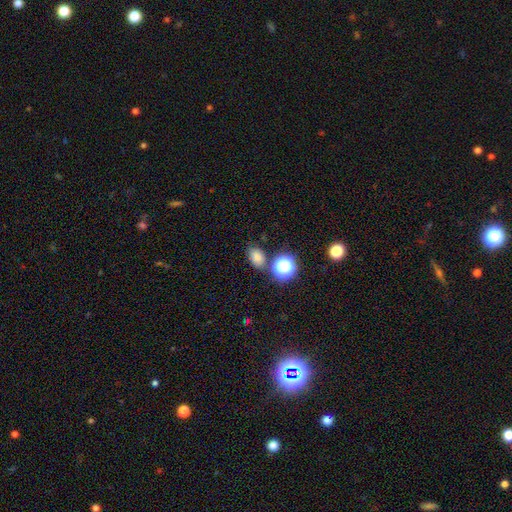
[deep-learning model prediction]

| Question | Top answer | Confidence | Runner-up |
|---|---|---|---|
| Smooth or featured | smooth | 69% | star or artifact (24%) |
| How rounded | in between | 64% | round (35%) |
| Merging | none | 73% | minor disturbance (13%) |